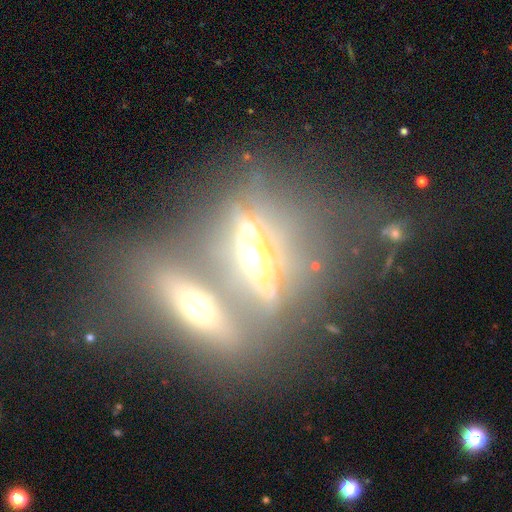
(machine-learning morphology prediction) Smooth or featured: featured or disk — 72% (smooth — 17%)
Edge-on disk: yes — 81% (no — 19%)
Edge-on bulge: rounded — 90% (boxy — 6%)
Merging: merger — 51% (none — 32%)